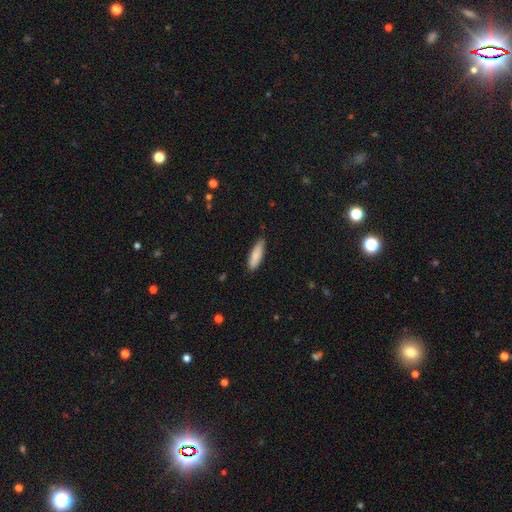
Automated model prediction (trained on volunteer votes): This is clearly a smooth galaxy (86%). How rounded: possibly cigar-shaped (59%). Merging: clearly none (83%).